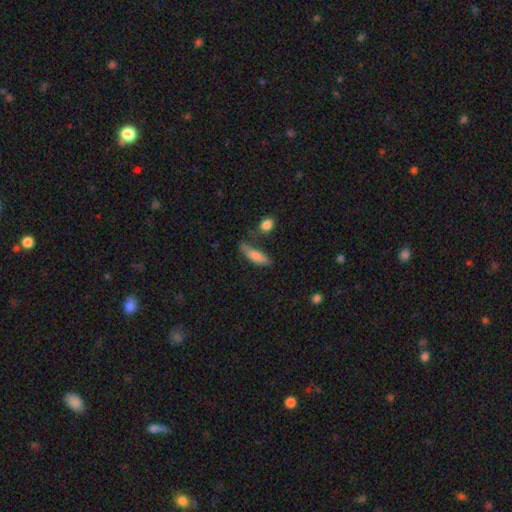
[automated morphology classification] This is likely a smooth galaxy (79%). How rounded: possibly cigar-shaped (50%). Merging: possibly none (52%).